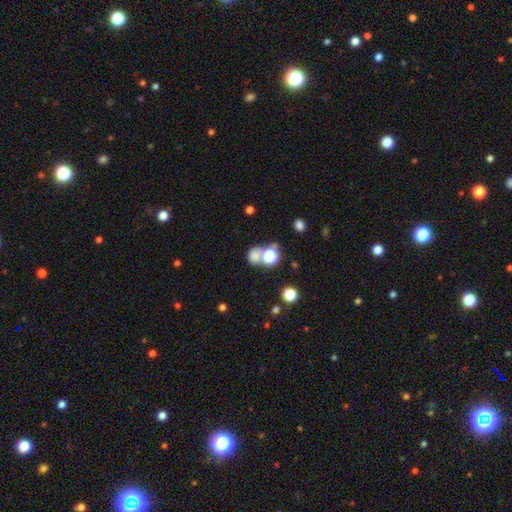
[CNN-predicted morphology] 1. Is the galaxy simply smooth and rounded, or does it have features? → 66% smooth, 23% star or artifact, 11% featured or disk.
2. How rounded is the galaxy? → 73% round, 26% in between, 1% cigar-shaped.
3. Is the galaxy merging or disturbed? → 42% none, 41% merger, 10% minor disturbance, 8% major disturbance.